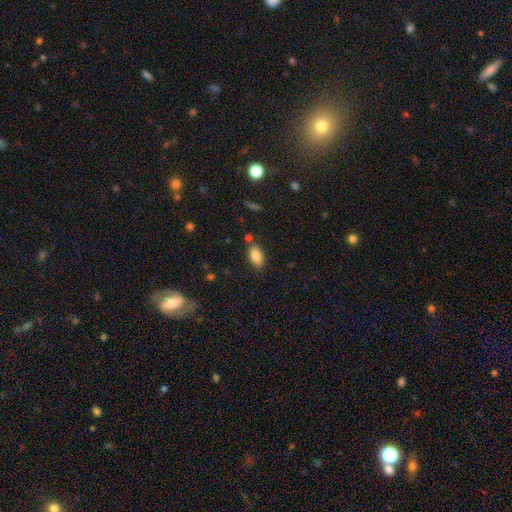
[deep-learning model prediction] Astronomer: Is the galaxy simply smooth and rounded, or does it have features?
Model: smooth — 86%.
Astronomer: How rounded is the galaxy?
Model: in between — 92%.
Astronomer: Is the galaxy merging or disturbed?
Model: none — 79%.